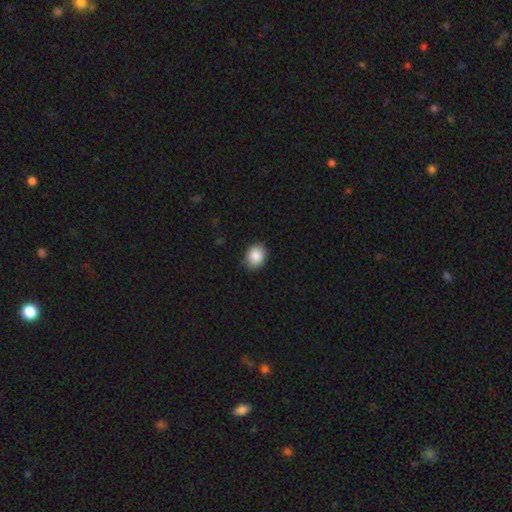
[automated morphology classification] smooth-or-featured: smooth: 87% | star or artifact: 8% | featured or disk: 5%
  how-rounded: round: 51% | in between: 48% | cigar-shaped: 1%
  merging: none: 85% | minor disturbance: 12% | major disturbance: 2% | merger: 1%